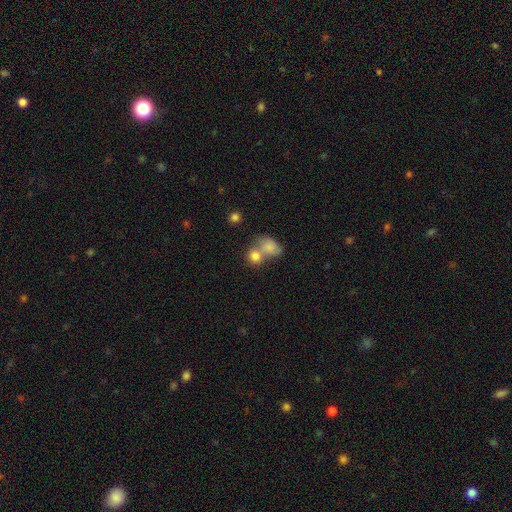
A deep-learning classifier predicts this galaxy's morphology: Smooth or featured?
  - smooth: 81% *
  - star or artifact: 9%
  - featured or disk: 9%
How rounded?
  - round: 66% *
  - in between: 33%
  - cigar-shaped: 1%
Merging?
  - merger: 56% *
  - none: 32%
  - minor disturbance: 8%
  - major disturbance: 4%